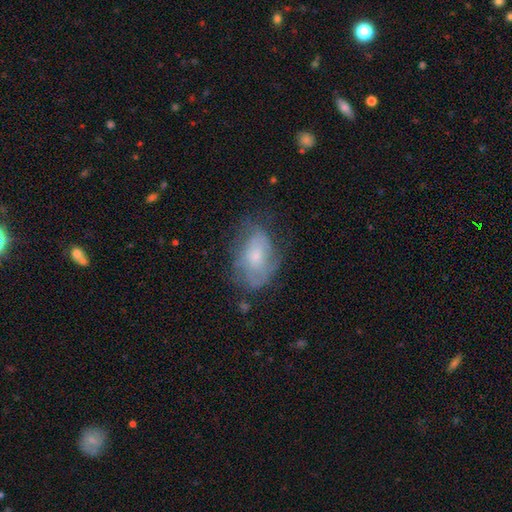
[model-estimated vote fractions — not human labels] A featured or disk galaxy (51%). Merging: none (56%).